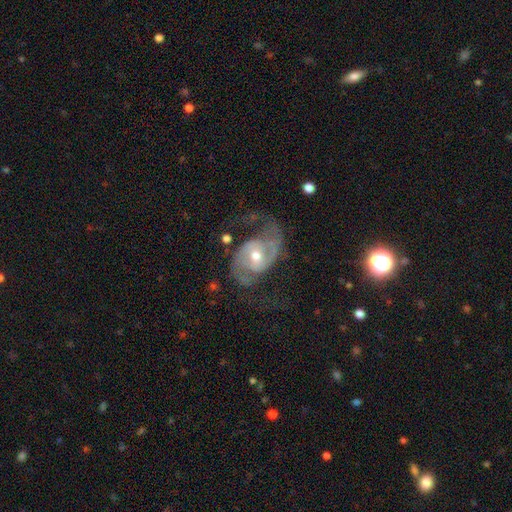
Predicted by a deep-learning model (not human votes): This appears to be a featured or disk galaxy (89%) with no bar (46%), 2 (92%) medium (48%) spiral arms (96%) and a moderate central bulge (59%). Merging: none (66%).